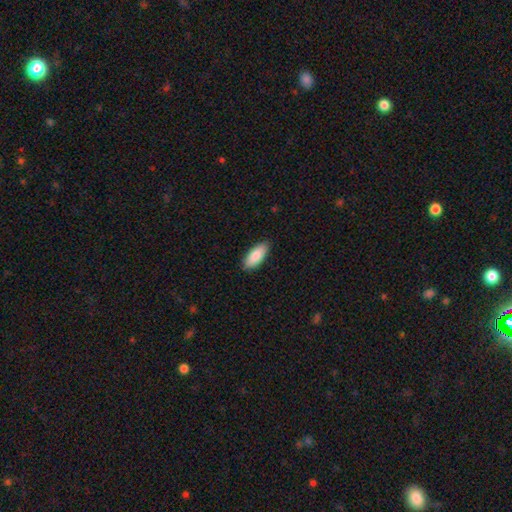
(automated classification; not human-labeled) Q: Smooth or featured?
A: smooth (86%); runner-up: featured or disk (8%)
Q: How rounded?
A: in between (81%); runner-up: cigar-shaped (17%)
Q: Merging?
A: none (89%); runner-up: minor disturbance (8%)